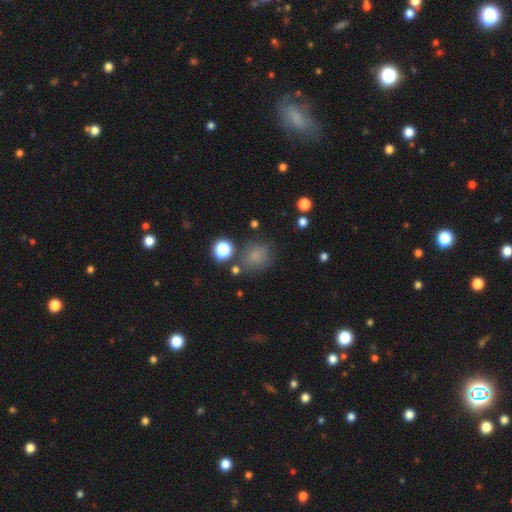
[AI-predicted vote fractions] A smooth galaxy with no disk features (73%) that is round (80%).

Vote fractions:
- Smooth or featured? smooth: 73% / star or artifact: 19% / featured or disk: 8%
- How rounded? round: 80% / in between: 19% / cigar-shaped: 1%
- Merging? none: 74% / minor disturbance: 14% / major disturbance: 6% / merger: 6%